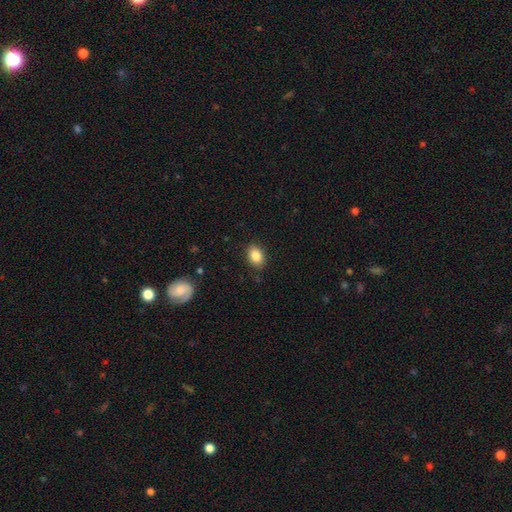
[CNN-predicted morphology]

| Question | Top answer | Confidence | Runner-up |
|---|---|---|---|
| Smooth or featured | smooth | 85% | star or artifact (9%) |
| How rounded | in between | 77% | round (22%) |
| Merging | none | 87% | minor disturbance (10%) |